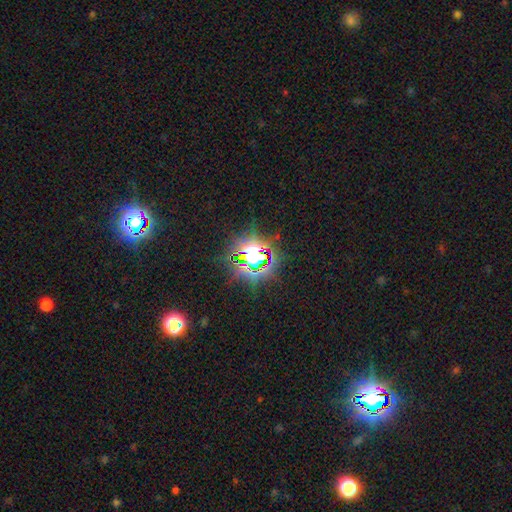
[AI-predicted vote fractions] Smooth or featured? star or artifact (75%)